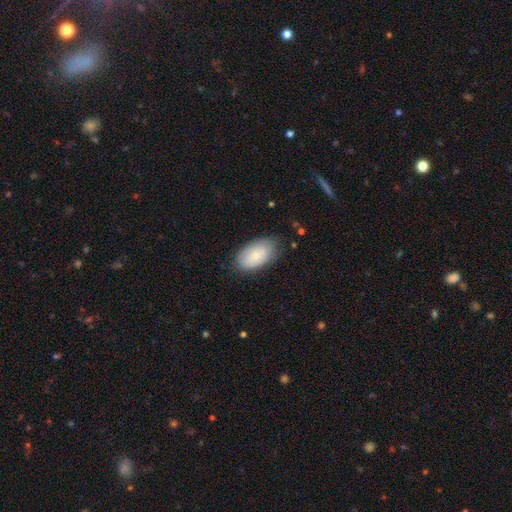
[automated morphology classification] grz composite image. It shows a smooth galaxy with no disk features (75%) that is in between round and cigar-shaped (94%). Merging: none (76%).